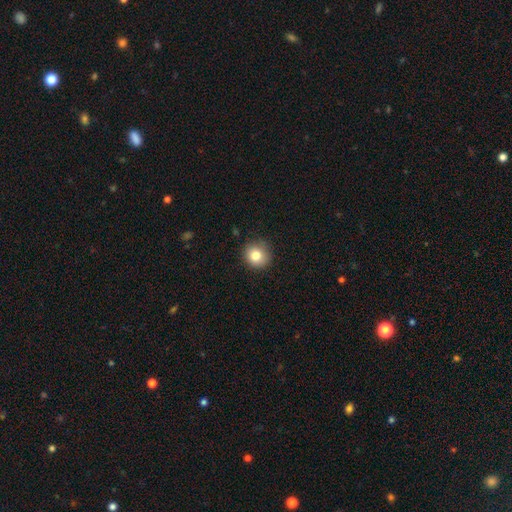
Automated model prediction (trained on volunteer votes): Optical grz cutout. It shows a smooth galaxy with no disk features (83%) that is round (89%). Merging: none (84%).